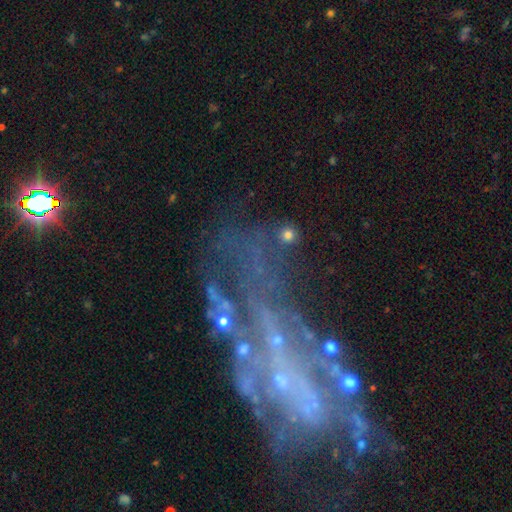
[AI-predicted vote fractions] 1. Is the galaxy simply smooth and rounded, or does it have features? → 66% featured or disk, 20% star or artifact, 13% smooth.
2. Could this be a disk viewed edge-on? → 91% no, 9% yes.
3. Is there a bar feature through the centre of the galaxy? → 80% no, 14% weak, 7% strong.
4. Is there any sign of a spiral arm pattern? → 64% no, 36% yes.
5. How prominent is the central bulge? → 53% none, 38% small, 6% moderate, 1% large, 1% dominant.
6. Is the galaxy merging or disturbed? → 39% none, 33% major disturbance, 18% minor disturbance, 10% merger.